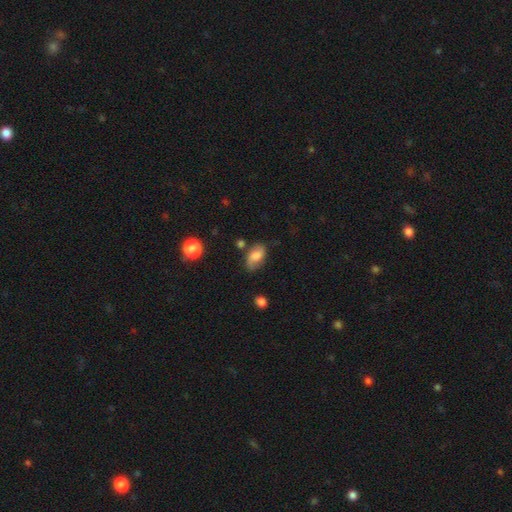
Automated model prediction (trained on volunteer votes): This appears to be a smooth galaxy with no disk features (66%) that is in between round and cigar-shaped (90%). Merging: none (63%).